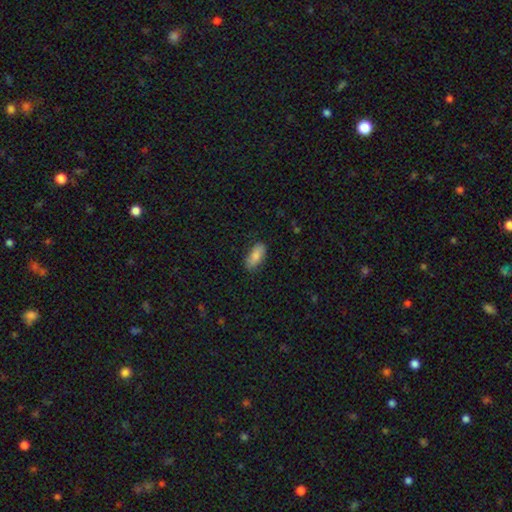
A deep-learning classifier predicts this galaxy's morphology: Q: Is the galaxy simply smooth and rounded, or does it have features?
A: smooth — 84%.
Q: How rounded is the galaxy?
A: in between — 88%.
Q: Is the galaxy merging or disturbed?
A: none — 84%.